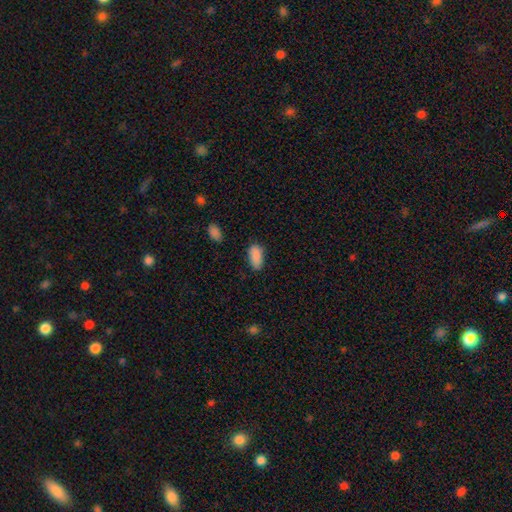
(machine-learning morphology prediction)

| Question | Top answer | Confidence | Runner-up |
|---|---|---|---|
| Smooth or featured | smooth | 88% | star or artifact (8%) |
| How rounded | in between | 92% | cigar-shaped (5%) |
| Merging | none | 79% | minor disturbance (16%) |